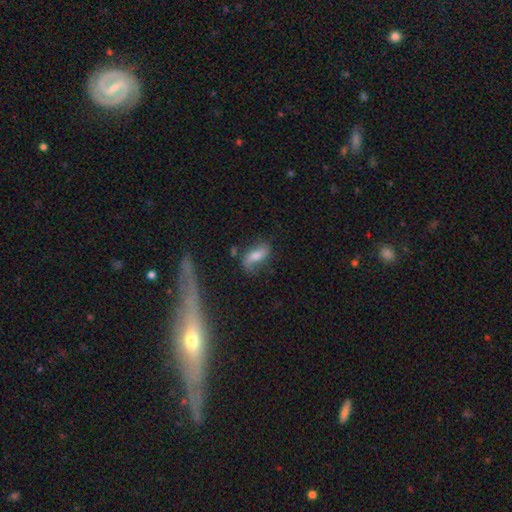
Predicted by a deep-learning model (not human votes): Q: Smooth or featured?
A: smooth (53%); runner-up: featured or disk (37%)
Q: How rounded?
A: in between (80%); runner-up: cigar-shaped (15%)
Q: Merging?
A: none (56%); runner-up: minor disturbance (26%)